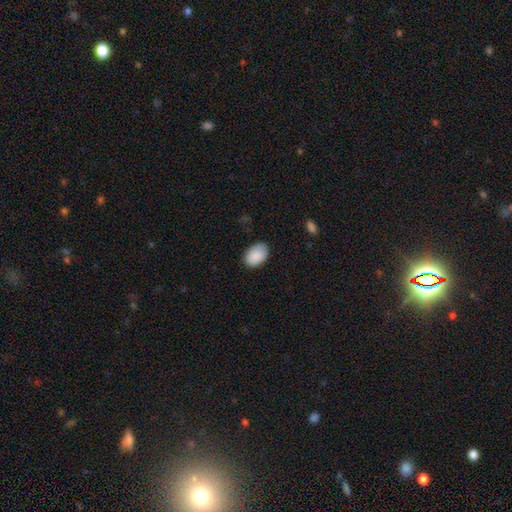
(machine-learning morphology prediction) Q: Smooth or featured?
A: smooth (90%); runner-up: star or artifact (6%)
Q: How rounded?
A: in between (88%); runner-up: round (10%)
Q: Merging?
A: none (83%); runner-up: minor disturbance (14%)